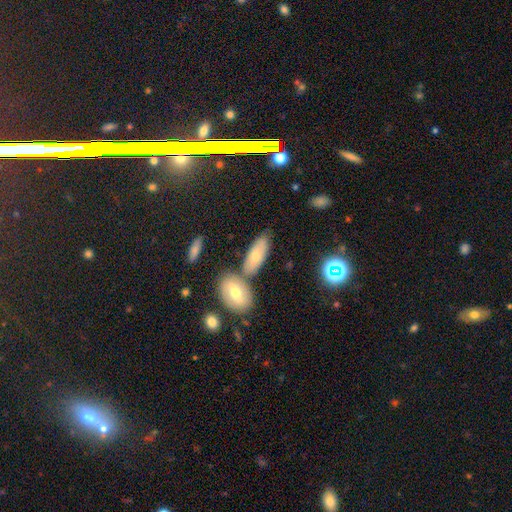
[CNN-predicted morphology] type=smooth (69%); roundness=in between (77%); merging=none (60%).